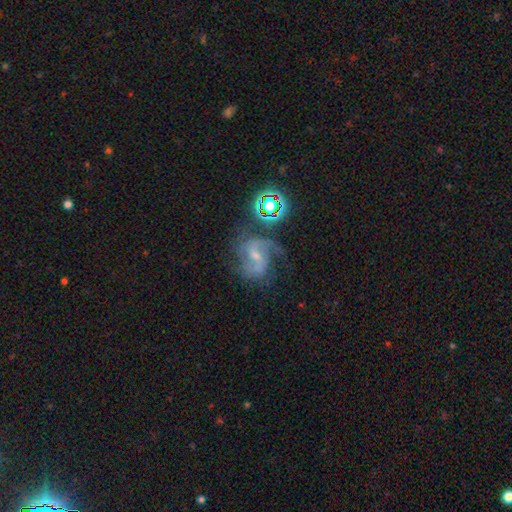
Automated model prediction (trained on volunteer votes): featured or disk 77%, star or artifact 15%, smooth 8%. Down the decision tree: edge-on disk — no (97%); bar — weak (50%); spiral arms — yes (95%); spiral arm count — 2 (68%); spiral winding — medium (50%); bulge size — small (60%); merging — none (53%).